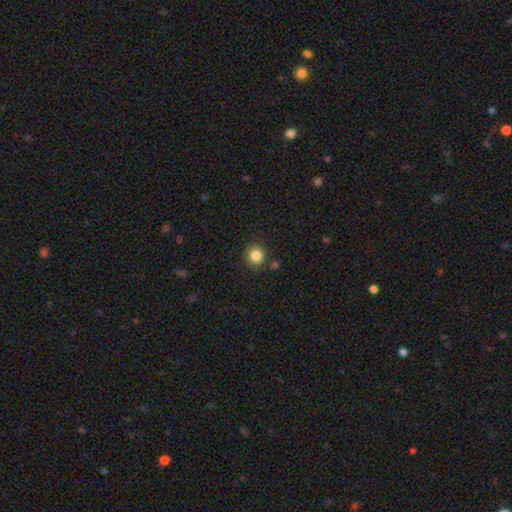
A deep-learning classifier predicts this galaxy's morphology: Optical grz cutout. It shows a smooth galaxy with no disk features (84%) that is round (91%). Merging: none (86%).